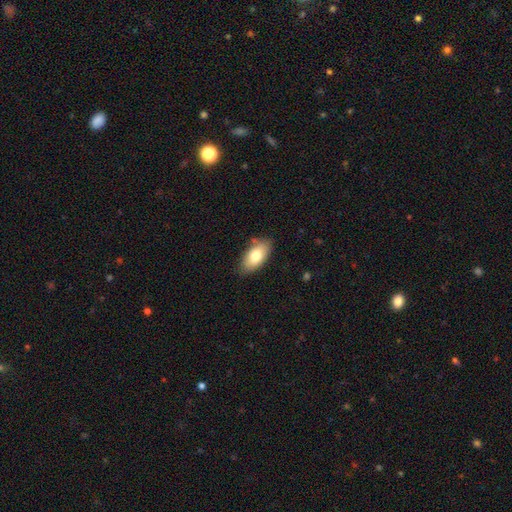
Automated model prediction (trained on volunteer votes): Smooth or featured? Predicted: smooth (p=0.77). How rounded? Predicted: in between (p=0.91). Merging? Predicted: none (p=0.81).